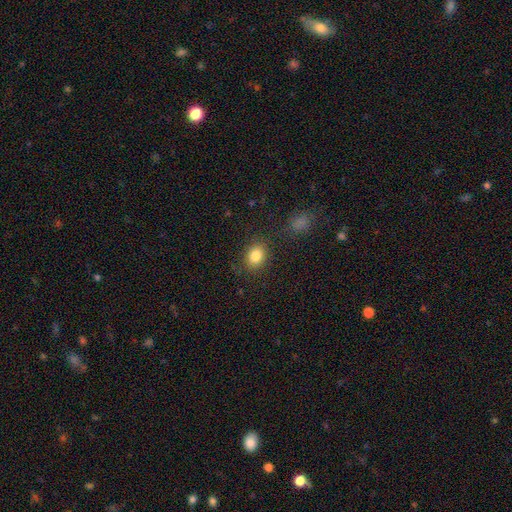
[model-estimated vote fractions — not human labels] This is clearly a smooth galaxy (84%). How rounded: possibly in between (54%). Merging: clearly none (83%).